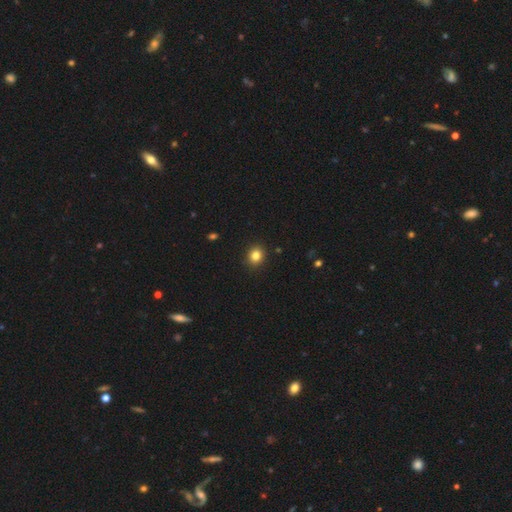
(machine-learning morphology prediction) Smooth or featured? Predicted: smooth (p=0.83). How rounded? Predicted: round (p=0.77). Merging? Predicted: none (p=0.92).